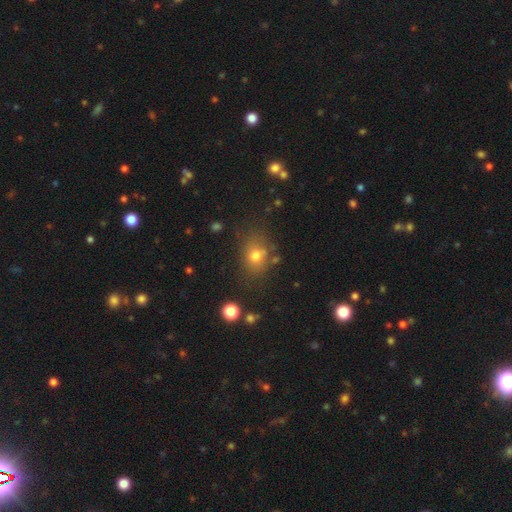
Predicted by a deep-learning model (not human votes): Smooth or featured?
  - smooth: 73% *
  - star or artifact: 15%
  - featured or disk: 12%
How rounded?
  - in between: 54% *
  - round: 45%
  - cigar-shaped: 1%
Merging?
  - none: 71% *
  - minor disturbance: 16%
  - major disturbance: 7%
  - merger: 6%